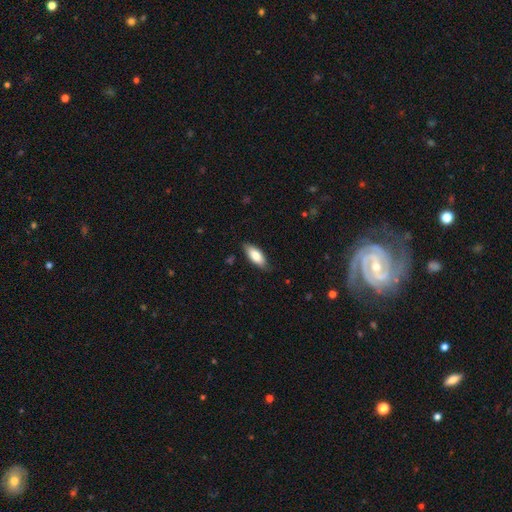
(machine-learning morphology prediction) Smooth or featured? smooth (80%)
How rounded? in between (80%)
Merging? none (80%)